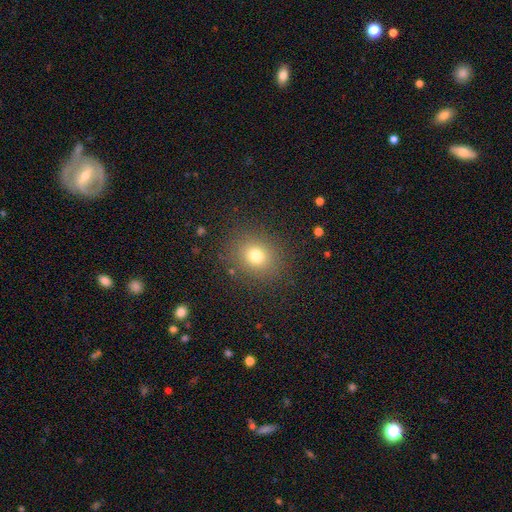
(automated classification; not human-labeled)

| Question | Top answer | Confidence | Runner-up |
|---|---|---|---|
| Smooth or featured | smooth | 75% | star or artifact (16%) |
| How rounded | round | 72% | in between (27%) |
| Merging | none | 86% | minor disturbance (9%) |